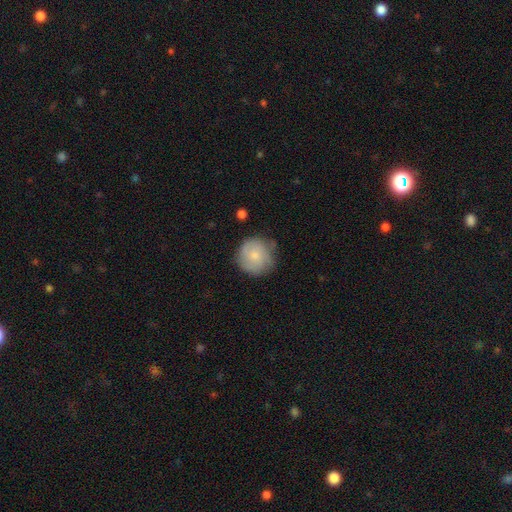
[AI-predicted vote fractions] smooth_or_featured: smooth (p=0.66) [alt: featured or disk p=0.28]
how_rounded: round (p=0.92) [alt: in between p=0.07]
merging: none (p=0.72) [alt: minor disturbance p=0.21]